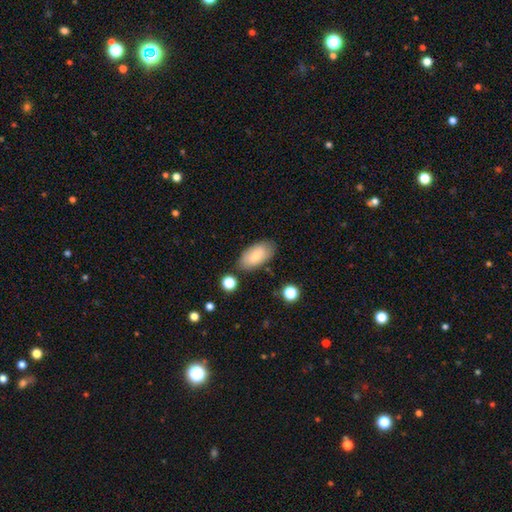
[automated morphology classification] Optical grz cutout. It shows a smooth galaxy with no disk features (78%) that is in between round and cigar-shaped (94%). Merging: none (80%).